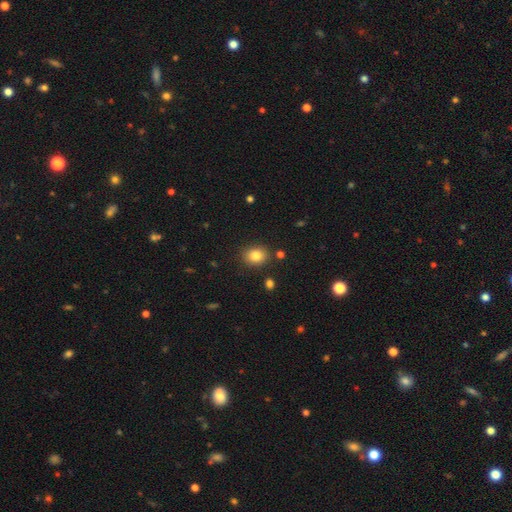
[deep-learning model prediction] This appears to be a smooth galaxy with no disk features (83%) that is round (55%). Merging: none (86%).